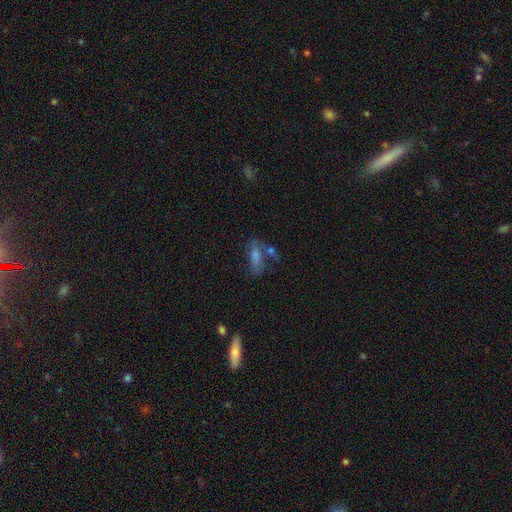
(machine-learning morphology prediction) type=smooth (56%); roundness=in between (65%); merging=none (49%).